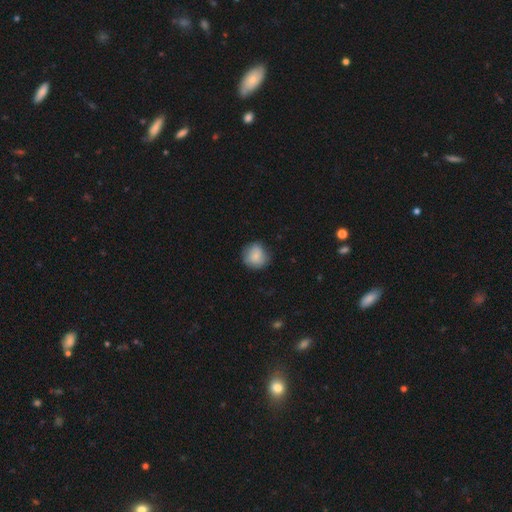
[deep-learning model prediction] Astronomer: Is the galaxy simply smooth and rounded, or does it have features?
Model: smooth — 84%.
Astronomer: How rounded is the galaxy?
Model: round — 87%.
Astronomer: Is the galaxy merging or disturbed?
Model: none — 75%.